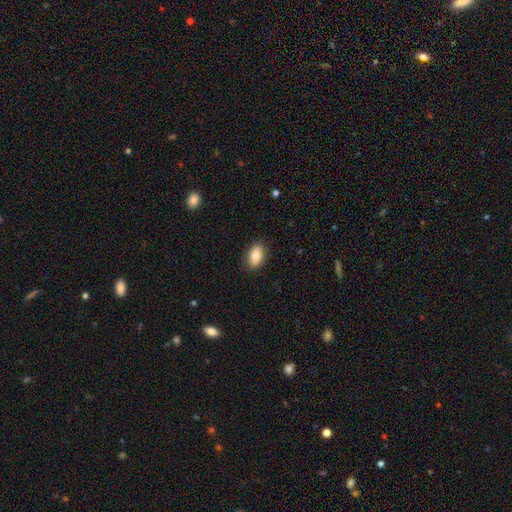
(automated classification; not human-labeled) A smooth galaxy with no disk features (78%) that is in between round and cigar-shaped (88%). Merging: none (87%).